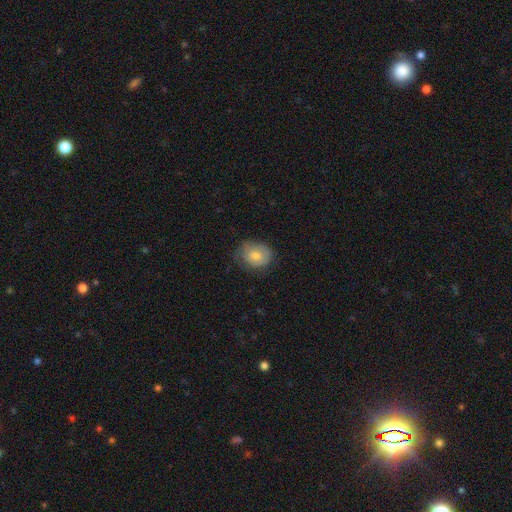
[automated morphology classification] smooth-or-featured: smooth: 68% | featured or disk: 24% | star or artifact: 8%
  how-rounded: round: 58% | in between: 41% | cigar-shaped: 1%
  merging: none: 66% | minor disturbance: 26% | major disturbance: 7% | merger: 1%